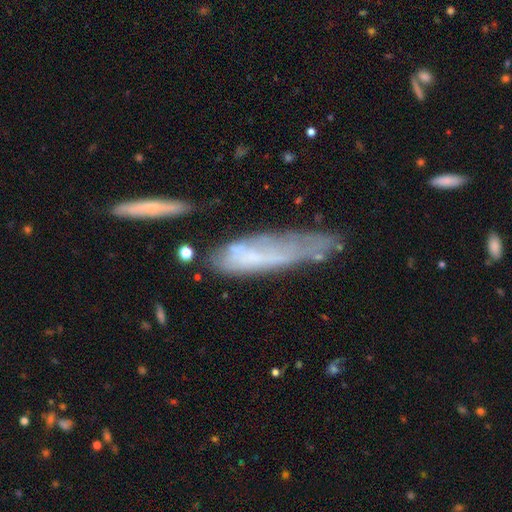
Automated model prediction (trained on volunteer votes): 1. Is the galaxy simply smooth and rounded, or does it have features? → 51% smooth, 40% featured or disk, 9% star or artifact.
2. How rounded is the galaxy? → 69% cigar-shaped, 29% in between, 2% round.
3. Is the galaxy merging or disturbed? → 38% none, 32% minor disturbance, 20% major disturbance, 9% merger.